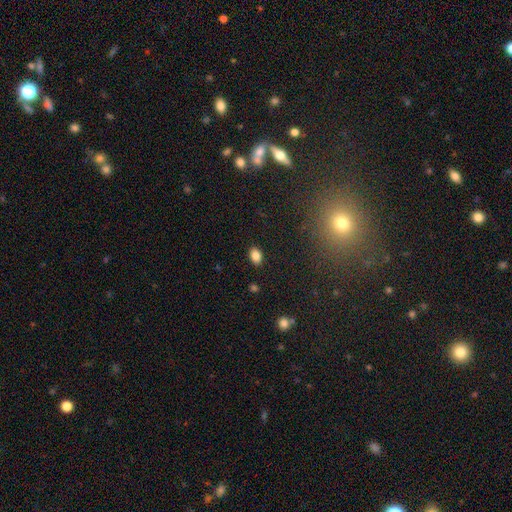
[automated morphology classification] Overall: smooth (85%). How rounded: in between (82%). Merging: none (88%).